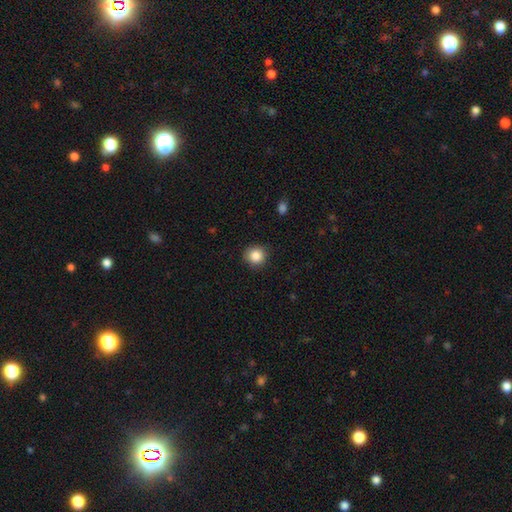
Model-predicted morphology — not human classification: Smooth or featured?
  - smooth: 85% *
  - star or artifact: 10%
  - featured or disk: 5%
How rounded?
  - round: 92% *
  - in between: 7%
  - cigar-shaped: 1%
Merging?
  - none: 89% *
  - minor disturbance: 8%
  - major disturbance: 2%
  - merger: 1%